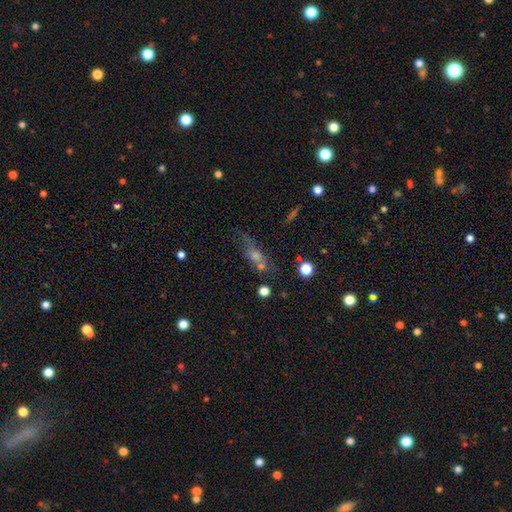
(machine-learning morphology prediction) type=smooth (40%); merging=none (51%).